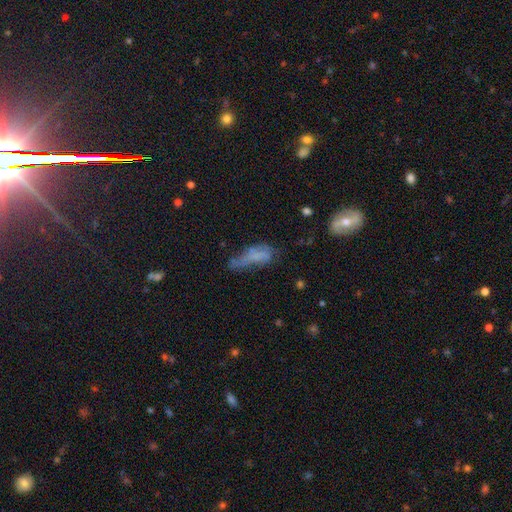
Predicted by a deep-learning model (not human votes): smooth-or-featured: smooth: 51% | featured or disk: 35% | star or artifact: 14%
  how-rounded: in between: 55% | cigar-shaped: 41% | round: 4%
  merging: major disturbance: 34% | none: 30% | minor disturbance: 29% | merger: 7%